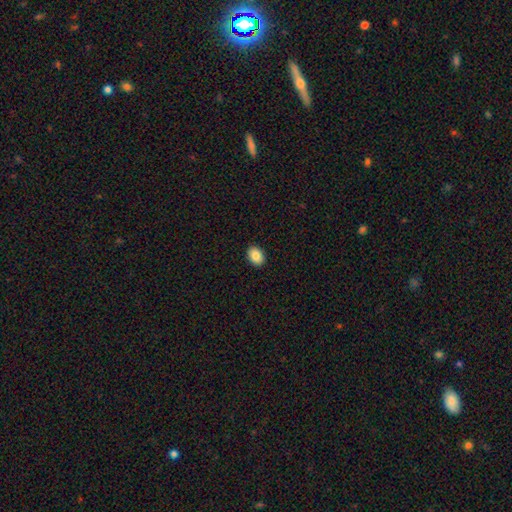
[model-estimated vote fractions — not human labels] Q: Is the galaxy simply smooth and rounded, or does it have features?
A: smooth — 87%.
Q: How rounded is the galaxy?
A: in between — 73%.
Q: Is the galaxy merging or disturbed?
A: none — 91%.